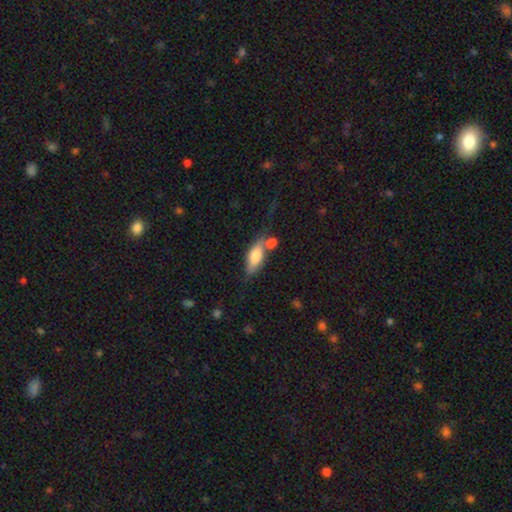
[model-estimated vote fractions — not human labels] smooth_or_featured: smooth (p=0.69) [alt: featured or disk p=0.24]
how_rounded: in between (p=0.70) [alt: cigar-shaped p=0.26]
merging: none (p=0.48) [alt: merger p=0.25]